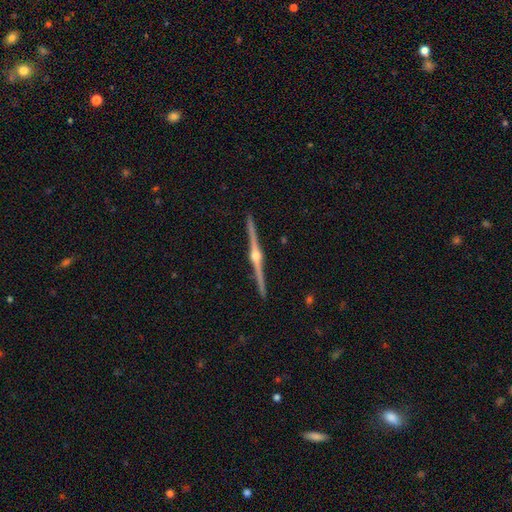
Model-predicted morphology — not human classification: This is clearly a featured or disk galaxy (90%). It is clearly viewed edge-on (99%). Edge-on bulge: clearly rounded (94%). Merging: clearly none (93%).